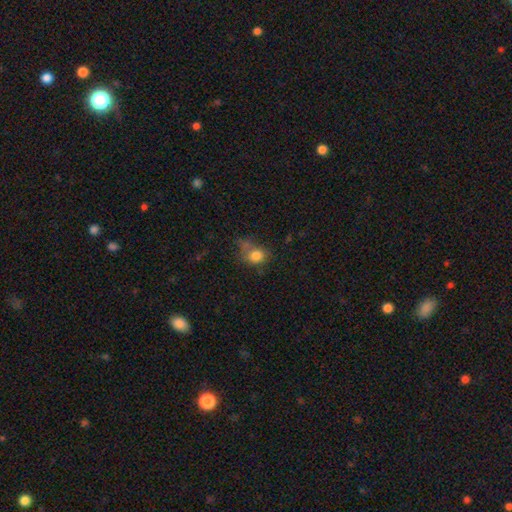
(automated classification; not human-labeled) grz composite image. It shows a smooth galaxy with no disk features (79%) that is round (61%). Merging: none (43%).